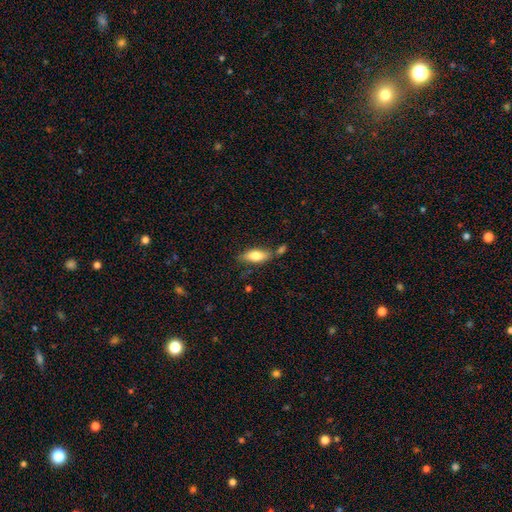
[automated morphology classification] smooth-or-featured: smooth: 77% | featured or disk: 17% | star or artifact: 7%
  how-rounded: in between: 78% | cigar-shaped: 20% | round: 3%
  merging: none: 66% | minor disturbance: 17% | merger: 12% | major disturbance: 5%